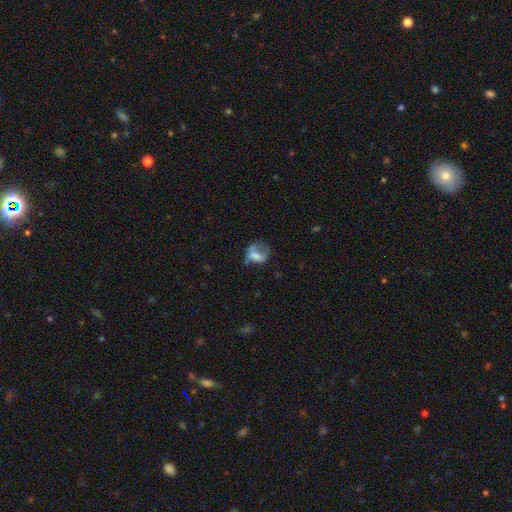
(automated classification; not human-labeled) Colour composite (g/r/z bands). It shows a smooth galaxy with no disk features (54%) that is in between round and cigar-shaped (62%). Merging: major disturbance (43%).